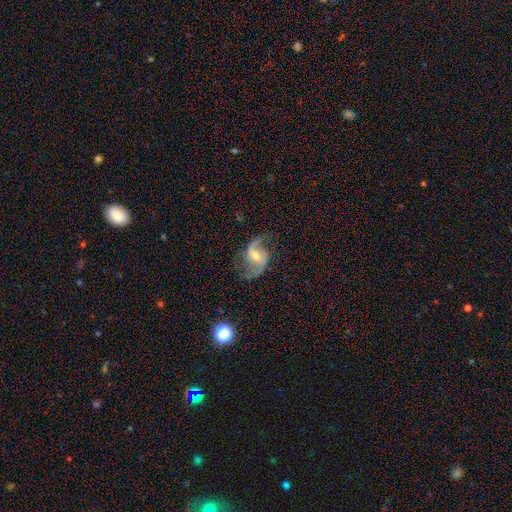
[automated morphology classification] Smooth or featured? Predicted: featured or disk (p=0.85). Edge-on disk? Predicted: no (p=0.97). Bar? Predicted: weak (p=0.44). Spiral arms? Predicted: yes (p=0.95). Spiral winding? Predicted: loose (p=0.65). Spiral arm count? Predicted: 2 (p=0.88). Bulge size? Predicted: moderate (p=0.57). Merging? Predicted: none (p=0.68).